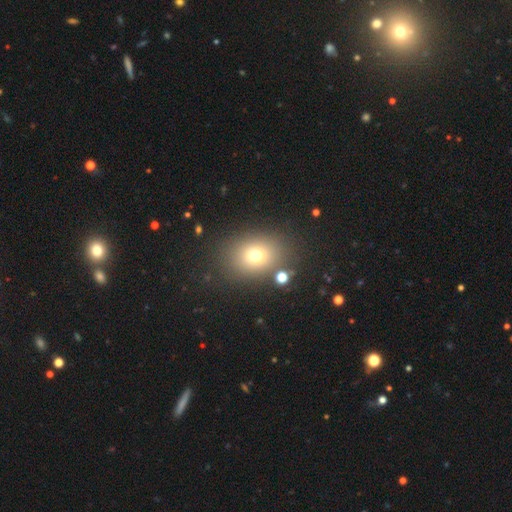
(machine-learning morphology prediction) The model was most divided on "how rounded": in between: 53%, round: 46%, cigar-shaped: 1%. More confident: merging — none (80%); smooth or featured — smooth (72%).